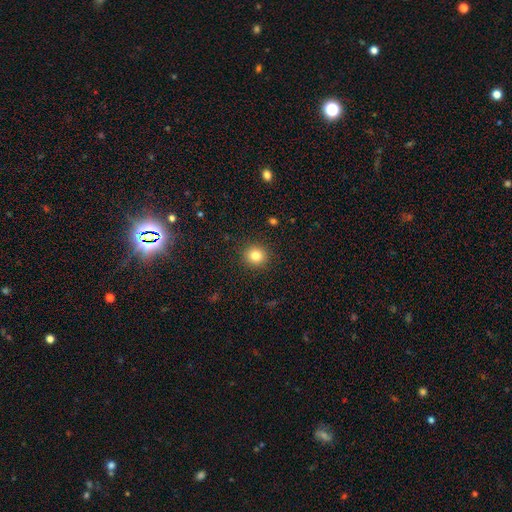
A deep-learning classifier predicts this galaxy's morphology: Smooth or featured?
  - smooth: 82% *
  - star or artifact: 11%
  - featured or disk: 6%
How rounded?
  - round: 89% *
  - in between: 10%
  - cigar-shaped: 1%
Merging?
  - none: 91% *
  - minor disturbance: 6%
  - major disturbance: 2%
  - merger: 1%